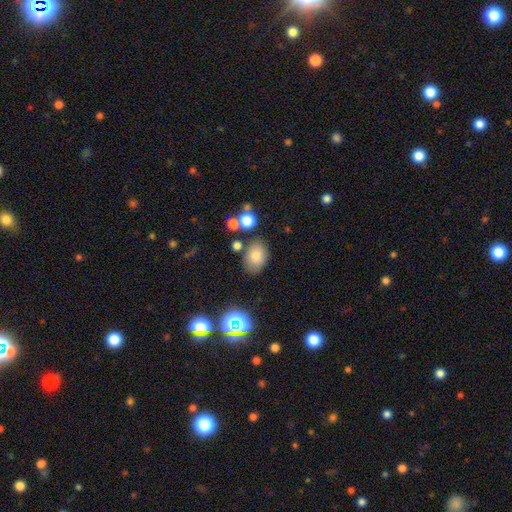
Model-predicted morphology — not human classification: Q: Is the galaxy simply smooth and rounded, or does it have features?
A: smooth — 77%.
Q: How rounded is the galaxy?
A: in between — 78%.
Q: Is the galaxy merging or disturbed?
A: none — 71%.